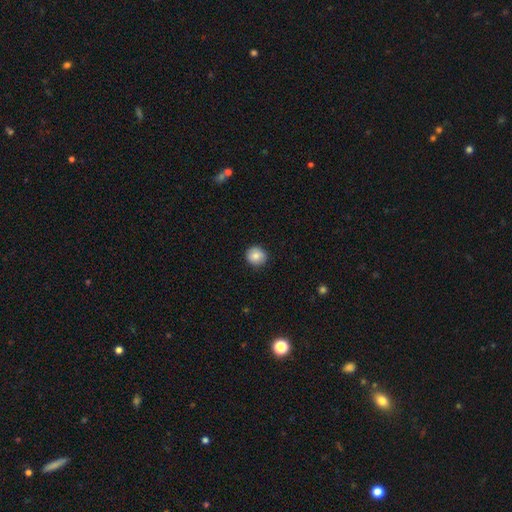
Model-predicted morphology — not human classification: smooth 84%, star or artifact 8%, featured or disk 8%. Down the decision tree: how rounded — round (91%); merging — none (90%).